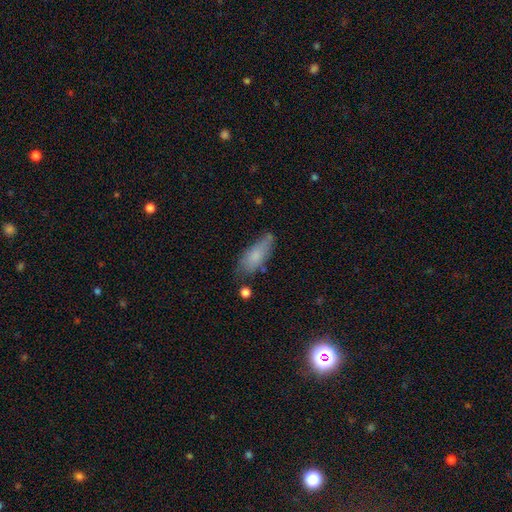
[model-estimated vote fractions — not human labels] smooth-or-featured: smooth: 76% | featured or disk: 17% | star or artifact: 7%
  how-rounded: in between: 69% | cigar-shaped: 28% | round: 2%
  merging: none: 59% | minor disturbance: 28% | major disturbance: 8% | merger: 5%